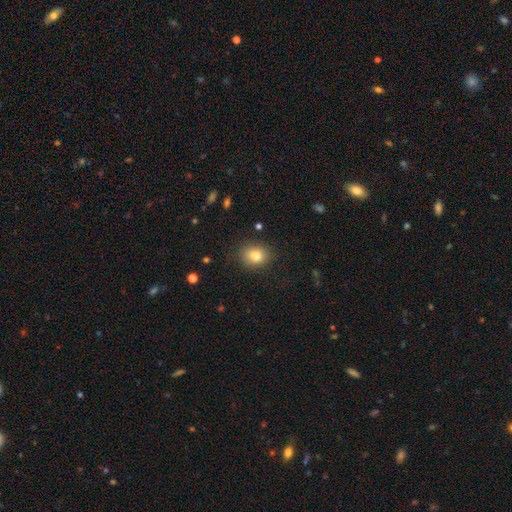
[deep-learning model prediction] smooth 81%, star or artifact 11%, featured or disk 9%. Down the decision tree: how rounded — round (59%); merging — none (85%).